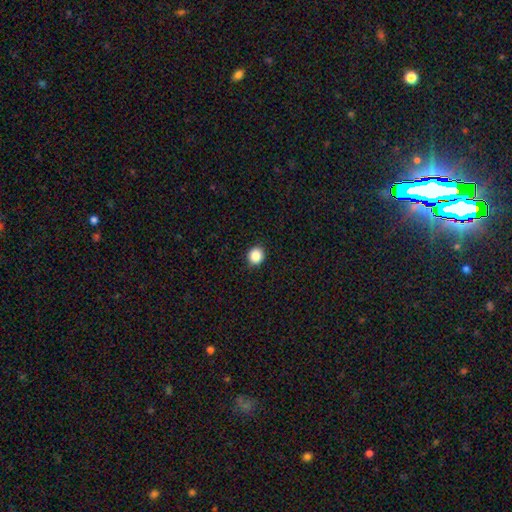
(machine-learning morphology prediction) Overall: smooth (87%). How rounded: round (86%). Merging: none (91%).